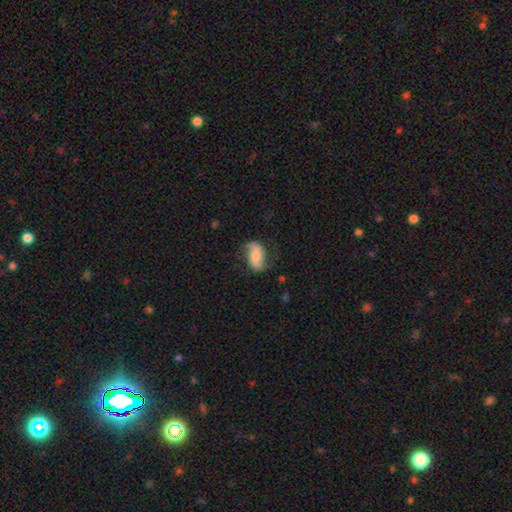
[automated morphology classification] featured or disk 62%, smooth 31%, star or artifact 7%. Down the decision tree: edge-on disk — no (95%); bar — no (52%); spiral arms — yes (91%); spiral arm count — 2 (90%); spiral winding — loose (65%); bulge size — moderate (53%); merging — none (70%).